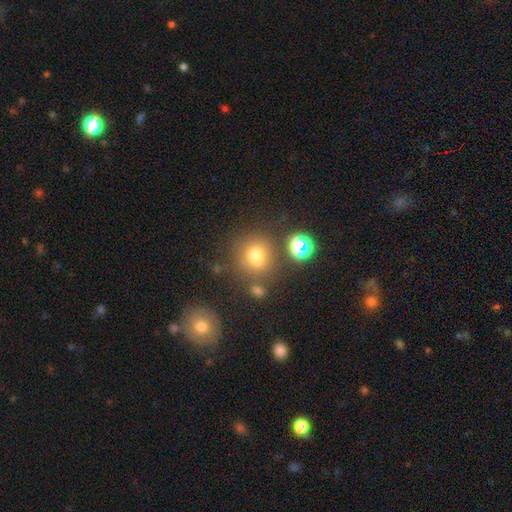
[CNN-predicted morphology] smooth_or_featured: smooth (p=0.69) [alt: star or artifact p=0.21]
how_rounded: round (p=0.77) [alt: in between p=0.22]
merging: none (p=0.69) [alt: minor disturbance p=0.14]